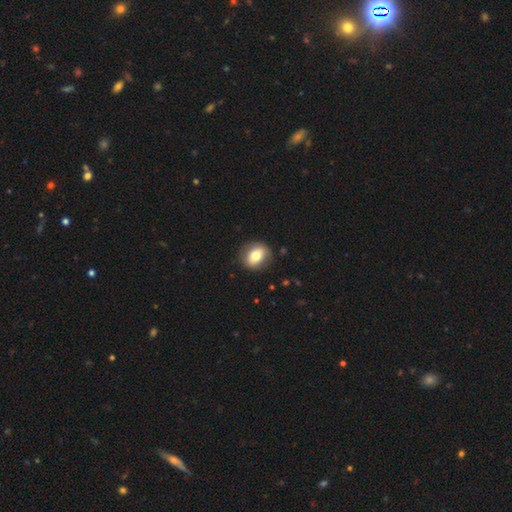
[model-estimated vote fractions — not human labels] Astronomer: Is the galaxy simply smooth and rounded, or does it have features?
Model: smooth — 71%.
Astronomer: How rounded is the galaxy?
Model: round — 53% (runner-up: in between, 45%).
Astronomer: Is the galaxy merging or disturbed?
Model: none — 84%.